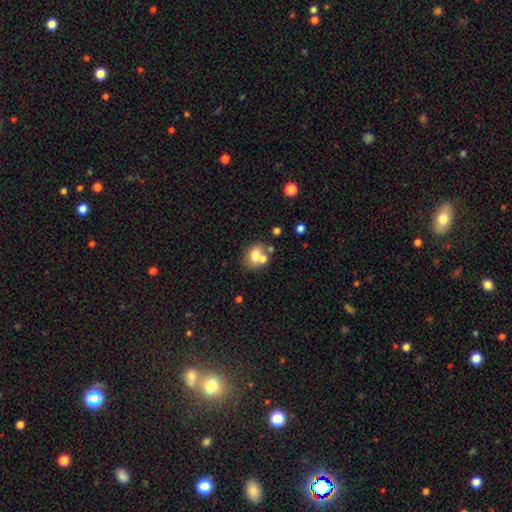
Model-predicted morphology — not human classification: Smooth or featured?
  - smooth: 70% *
  - featured or disk: 19%
  - star or artifact: 11%
How rounded?
  - in between: 55% *
  - round: 44%
  - cigar-shaped: 1%
Merging?
  - none: 49% *
  - merger: 33%
  - minor disturbance: 12%
  - major disturbance: 5%